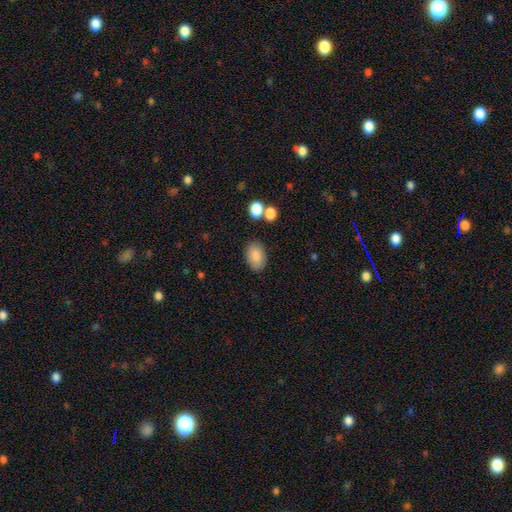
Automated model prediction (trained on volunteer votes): A smooth galaxy with no disk features (85%) that is in between round and cigar-shaped (88%).

Vote fractions:
- Smooth or featured? smooth: 85% / star or artifact: 8% / featured or disk: 7%
- How rounded? in between: 88% / round: 11% / cigar-shaped: 1%
- Merging? none: 81% / minor disturbance: 11% / merger: 4% / major disturbance: 3%